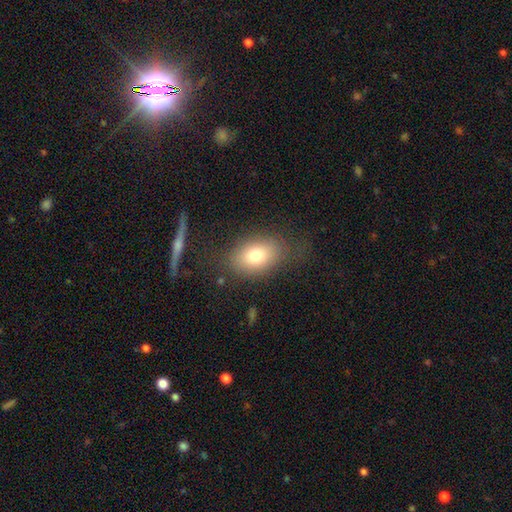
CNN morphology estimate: smooth-or-featured: smooth: 76% | featured or disk: 14% | star or artifact: 10%
  how-rounded: in between: 80% | round: 19% | cigar-shaped: 2%
  merging: none: 72% | minor disturbance: 16% | major disturbance: 9% | merger: 2%